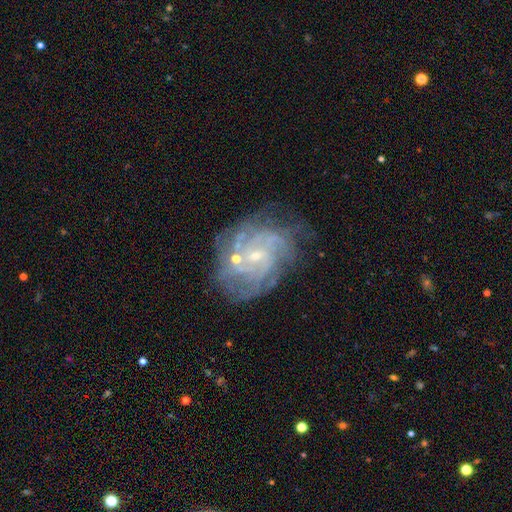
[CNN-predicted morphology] Smooth or featured? featured or disk (82%)
Edge-on disk? no (97%)
Bar? no (53%)
Spiral arms? yes (93%)
Spiral winding? tight (62%)
Spiral arm count? can't tell (36%)
Bulge size? small (76%)
Merging? none (63%)